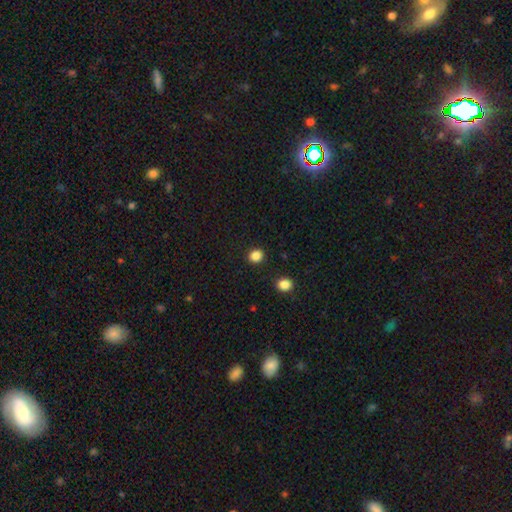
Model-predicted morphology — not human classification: Smooth or featured? Predicted: smooth (p=0.86). How rounded? Predicted: round (p=0.80). Merging? Predicted: none (p=0.90).